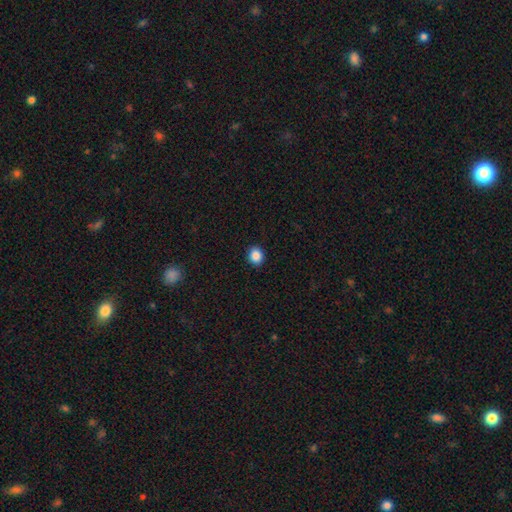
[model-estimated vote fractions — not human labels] The model was most divided on "how rounded": round: 65%, in between: 34%, cigar-shaped: 1%. More confident: merging — none (91%); smooth or featured — smooth (87%).